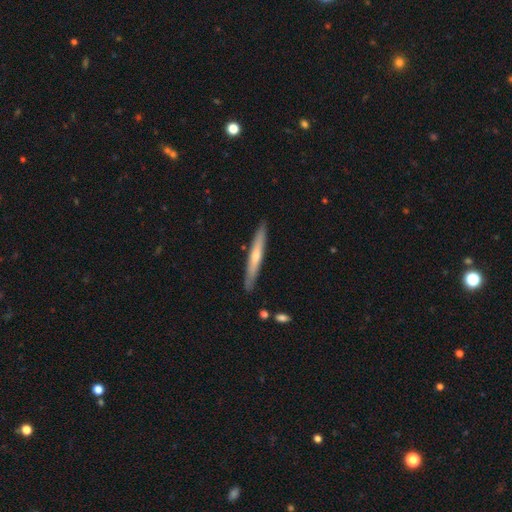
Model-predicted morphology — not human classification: Smooth or featured?
  - featured or disk: 48% *
  - smooth: 47%
  - star or artifact: 5%
Merging?
  - none: 89% *
  - minor disturbance: 8%
  - merger: 2%
  - major disturbance: 1%